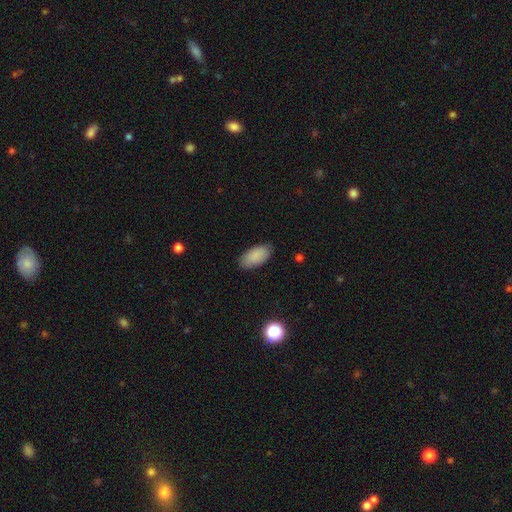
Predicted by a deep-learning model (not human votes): A smooth galaxy with no disk features (88%) that is in between round and cigar-shaped (94%). Merging: none (83%).